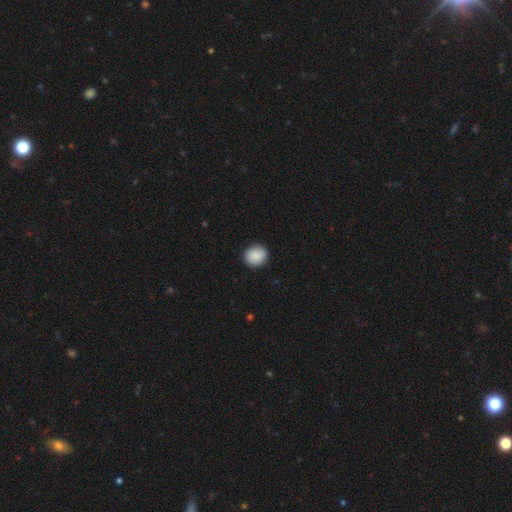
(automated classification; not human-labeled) This appears to be a smooth galaxy with no disk features (88%) that is round (86%). Merging: none (90%).